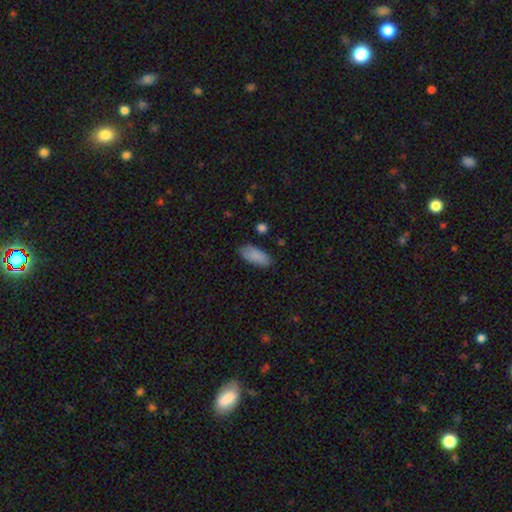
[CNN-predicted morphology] This is clearly a smooth galaxy (87%). How rounded: clearly in between (85%). Merging: clearly none (81%).